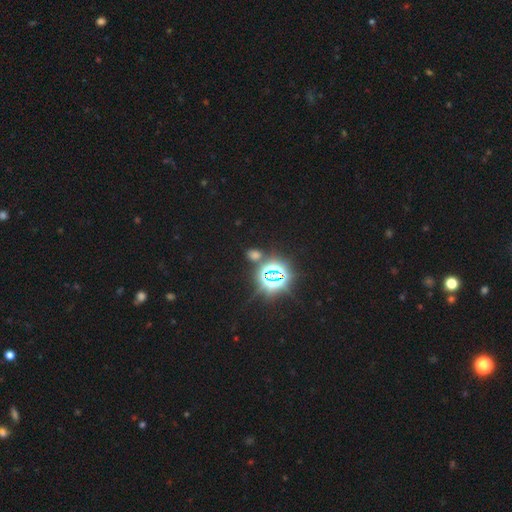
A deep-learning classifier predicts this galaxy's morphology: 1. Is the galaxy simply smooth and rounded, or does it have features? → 73% star or artifact, 19% smooth, 8% featured or disk.